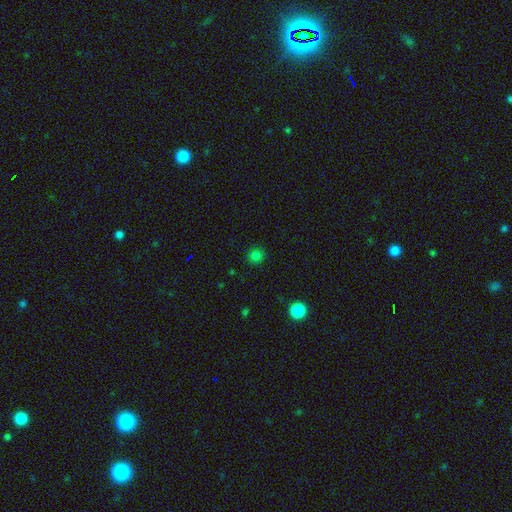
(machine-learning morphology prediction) Smooth or featured? smooth (80%)
How rounded? round (93%)
Merging? none (90%)